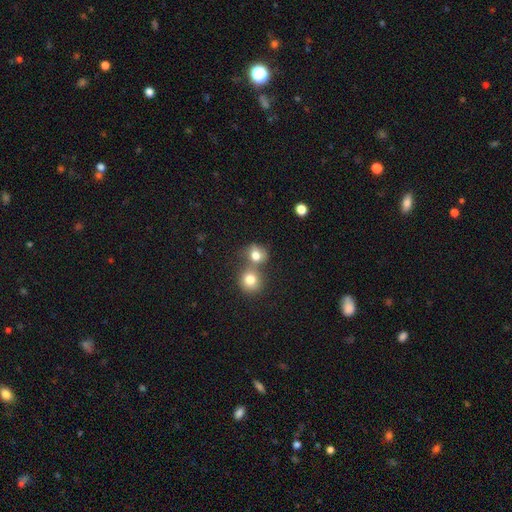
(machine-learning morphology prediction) Q: Smooth or featured?
A: smooth (78%); runner-up: star or artifact (11%)
Q: How rounded?
A: round (71%); runner-up: in between (28%)
Q: Merging?
A: merger (50%); runner-up: none (36%)